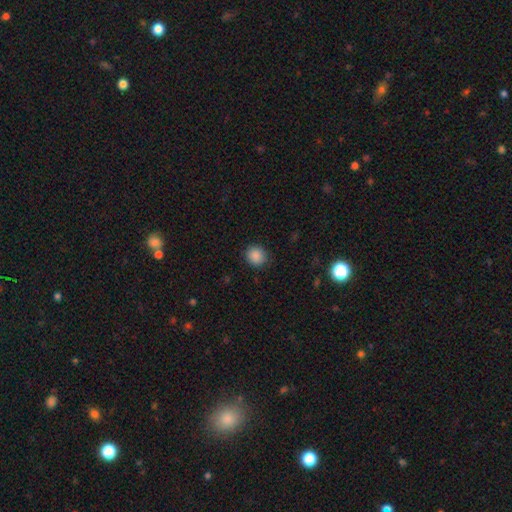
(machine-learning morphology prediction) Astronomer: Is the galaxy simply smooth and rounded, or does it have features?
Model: smooth — 88%.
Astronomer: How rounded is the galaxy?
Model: round — 88%.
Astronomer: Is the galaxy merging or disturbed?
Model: none — 87%.